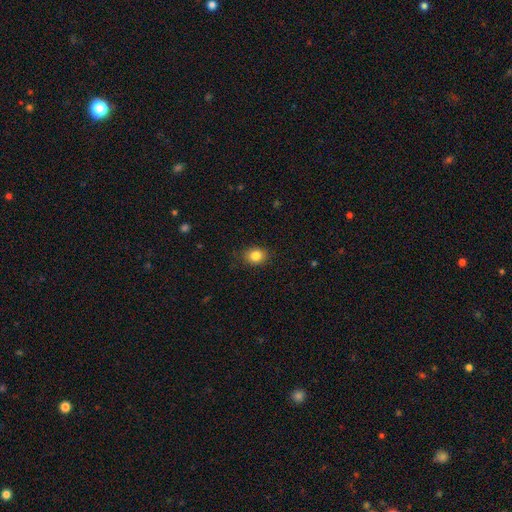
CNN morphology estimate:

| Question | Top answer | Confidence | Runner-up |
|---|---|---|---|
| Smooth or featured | smooth | 84% | star or artifact (10%) |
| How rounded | round | 56% | in between (43%) |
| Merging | none | 85% | minor disturbance (11%) |